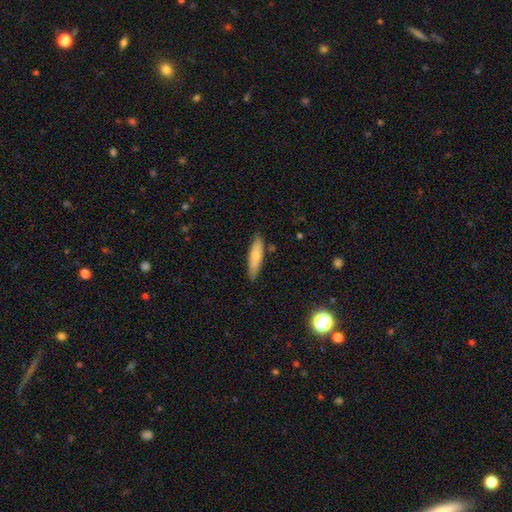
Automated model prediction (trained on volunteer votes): A smooth galaxy with no disk features (70%) that is cigar-shaped (70%).

Vote fractions:
- Smooth or featured? smooth: 70% / featured or disk: 24% / star or artifact: 6%
- How rounded? cigar-shaped: 70% / in between: 28% / round: 2%
- Merging? none: 82% / minor disturbance: 13% / major disturbance: 2% / merger: 2%